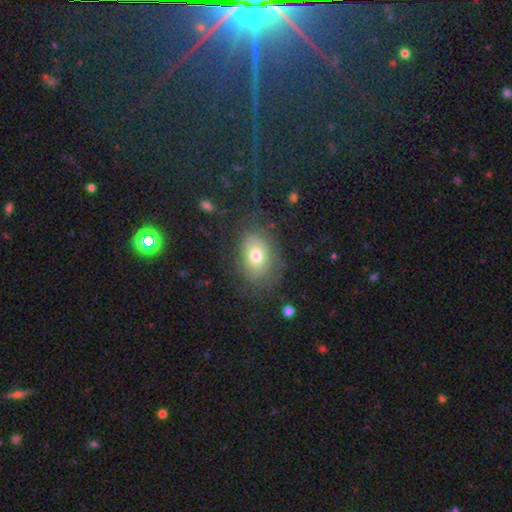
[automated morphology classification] A smooth galaxy with no disk features (60%) that is in between round and cigar-shaped (77%).

Vote fractions:
- Smooth or featured? smooth: 60% / featured or disk: 29% / star or artifact: 11%
- How rounded? in between: 77% / round: 22% / cigar-shaped: 1%
- Merging? none: 67% / minor disturbance: 18% / major disturbance: 14% / merger: 2%